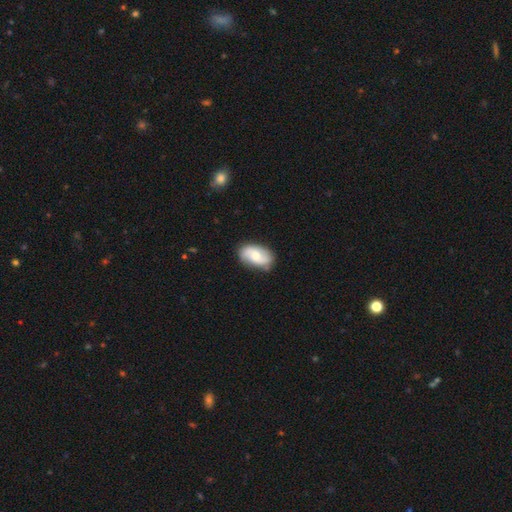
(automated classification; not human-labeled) featured or disk 47%, smooth 46%, star or artifact 7%. Down the decision tree: merging — none (79%).